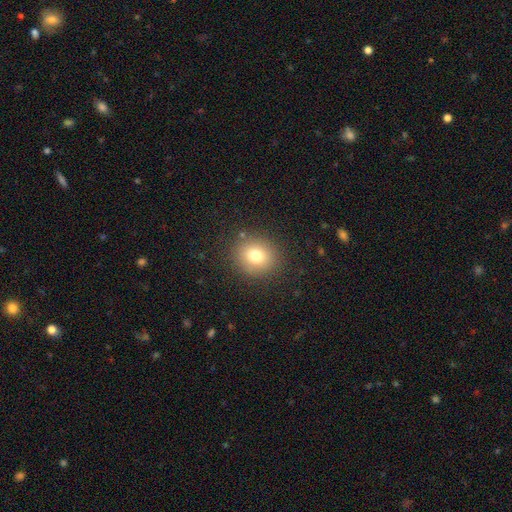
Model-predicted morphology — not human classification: A smooth galaxy with no disk features (76%) that is round (83%).

Vote fractions:
- Smooth or featured? smooth: 76% / star or artifact: 13% / featured or disk: 11%
- How rounded? round: 83% / in between: 16% / cigar-shaped: 1%
- Merging? none: 87% / minor disturbance: 8% / major disturbance: 3% / merger: 2%